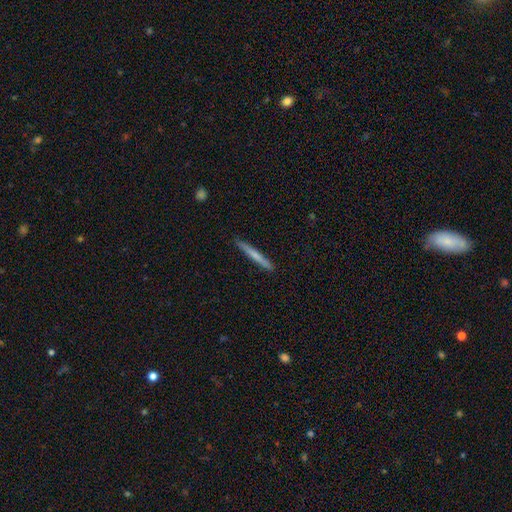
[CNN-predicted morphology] smooth 64%, featured or disk 31%, star or artifact 5%. Down the decision tree: how rounded — cigar-shaped (97%); merging — none (91%).